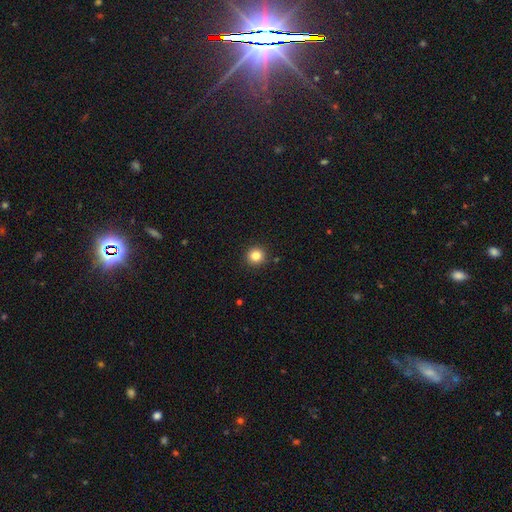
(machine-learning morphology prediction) Smooth or featured: smooth — 83% (star or artifact — 12%)
How rounded: round — 94% (in between — 5%)
Merging: none — 92% (minor disturbance — 5%)